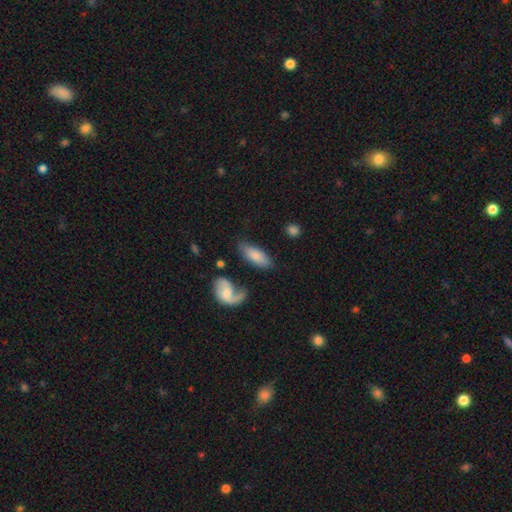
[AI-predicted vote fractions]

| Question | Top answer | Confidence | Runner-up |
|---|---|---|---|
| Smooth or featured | smooth | 72% | featured or disk (21%) |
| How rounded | in between | 83% | cigar-shaped (14%) |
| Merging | none | 63% | minor disturbance (18%) |